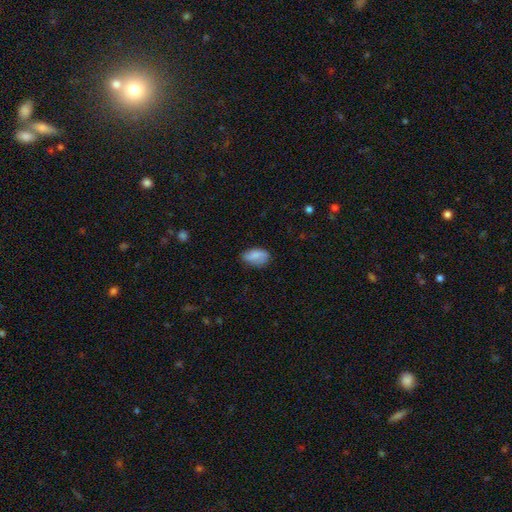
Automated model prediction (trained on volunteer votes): A smooth galaxy with no disk features (81%) that is in between round and cigar-shaped (91%).

Vote fractions:
- Smooth or featured? smooth: 81% / featured or disk: 11% / star or artifact: 7%
- How rounded? in between: 91% / round: 7% / cigar-shaped: 3%
- Merging? none: 66% / minor disturbance: 27% / major disturbance: 6% / merger: 1%